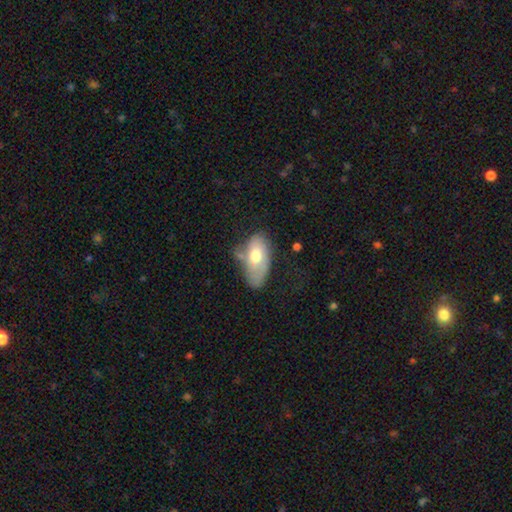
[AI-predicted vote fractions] This is likely a smooth galaxy (62%). How rounded: clearly in between (92%). Merging: marginally minor disturbance (34%).